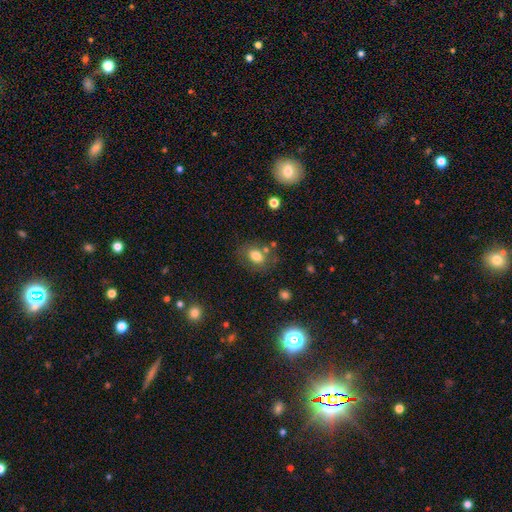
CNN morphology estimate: Smooth or featured: smooth — 77% (featured or disk — 13%)
How rounded: in between — 67% (round — 32%)
Merging: none — 69% (minor disturbance — 16%)